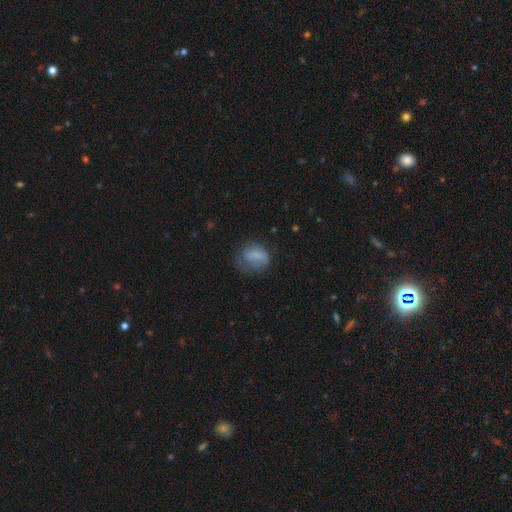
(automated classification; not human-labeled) The model was most divided on "how rounded" (2-way tie): round: 49%, in between: 49%, cigar-shaped: 1%. Remaining: smooth or featured — smooth (71%); merging — none (46%).